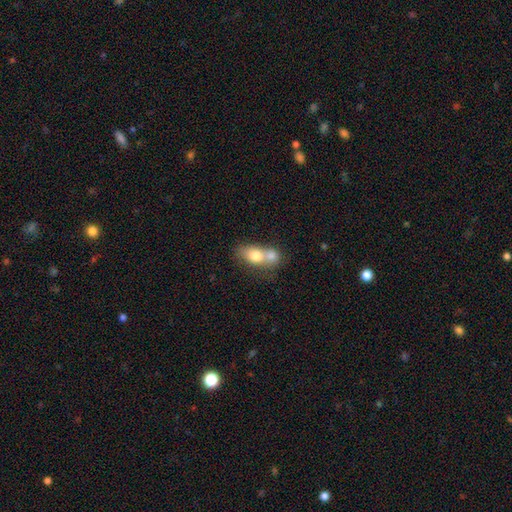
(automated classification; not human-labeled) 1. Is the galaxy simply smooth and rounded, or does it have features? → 72% smooth, 20% featured or disk, 7% star or artifact.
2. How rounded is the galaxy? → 69% in between, 26% round, 5% cigar-shaped.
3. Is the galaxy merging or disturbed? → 70% merger, 19% none, 7% minor disturbance, 4% major disturbance.